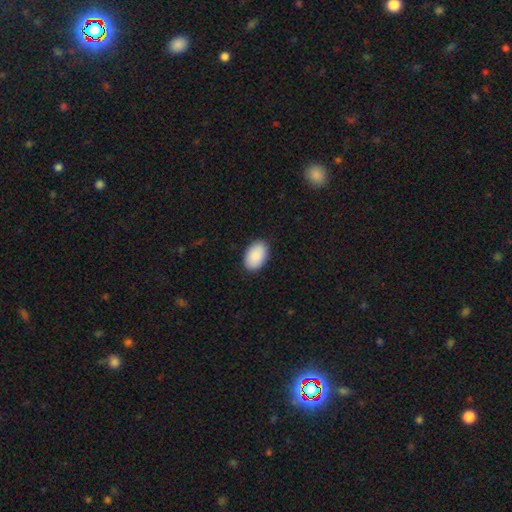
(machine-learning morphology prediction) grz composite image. It shows a smooth galaxy with no disk features (90%) that is in between round and cigar-shaped (92%). Merging: none (89%).